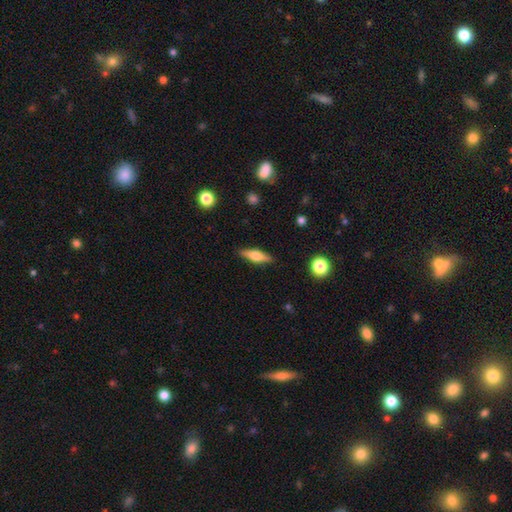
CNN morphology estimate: Smooth or featured: smooth — 48% (featured or disk — 45%)
Merging: none — 88% (minor disturbance — 9%)